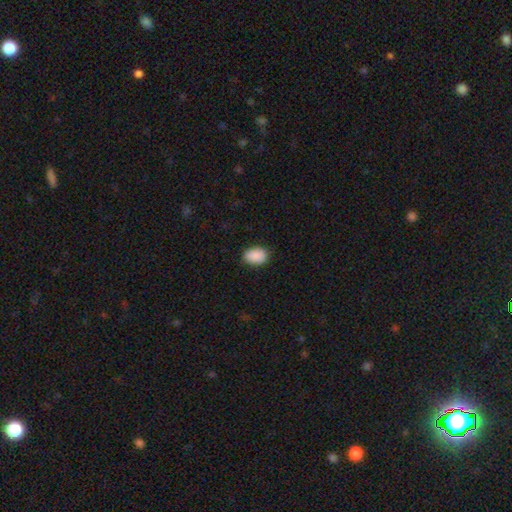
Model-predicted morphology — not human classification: Overall: smooth (90%). How rounded: in between (83%). Merging: none (84%).